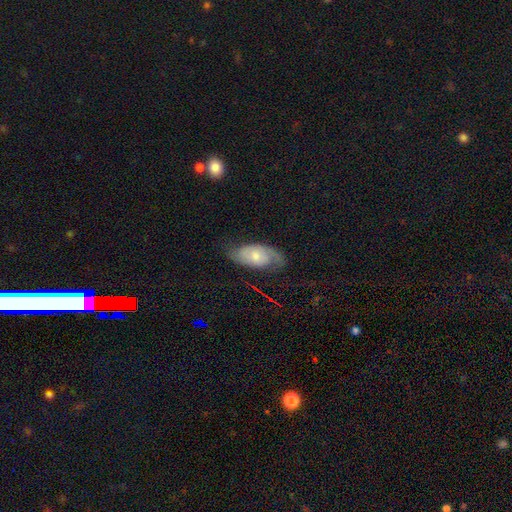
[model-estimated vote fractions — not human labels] smooth-or-featured: featured or disk: 57% | smooth: 35% | star or artifact: 8%
  disk-edge-on: no: 91% | yes: 9%
    bar: no: 72% | weak: 24% | strong: 4%
    has-spiral-arms: yes: 84% | no: 16%
    bulge-size: moderate: 51% | small: 34% | large: 9% | none: 5% | dominant: 2%
  merging: none: 64% | minor disturbance: 24% | major disturbance: 11% | merger: 2%